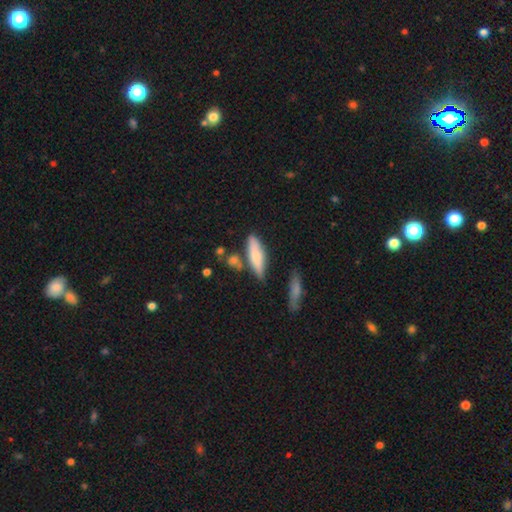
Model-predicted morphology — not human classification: Smooth or featured: smooth — 71% (featured or disk — 22%)
How rounded: cigar-shaped — 52% (in between — 45%)
Merging: none — 66% (minor disturbance — 18%)